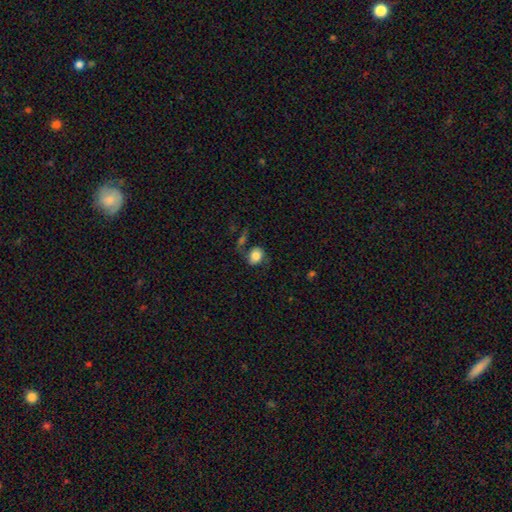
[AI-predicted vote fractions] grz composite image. It shows a smooth galaxy with no disk features (68%) that is round (50%). Merging: none (49%).